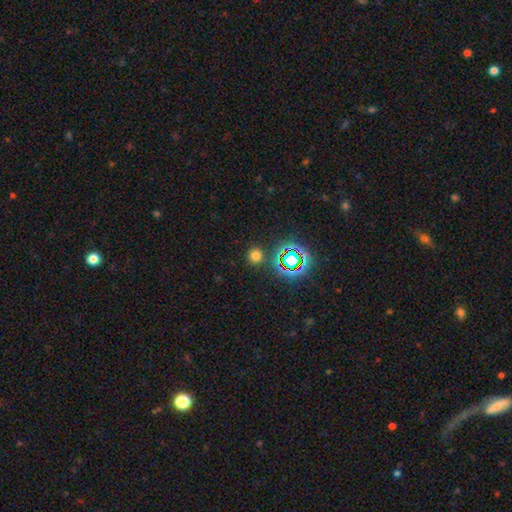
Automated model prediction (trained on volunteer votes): smooth_or_featured: smooth (p=0.68) [alt: star or artifact p=0.26]
how_rounded: round (p=0.93) [alt: in between p=0.06]
merging: none (p=0.86) [alt: minor disturbance p=0.07]